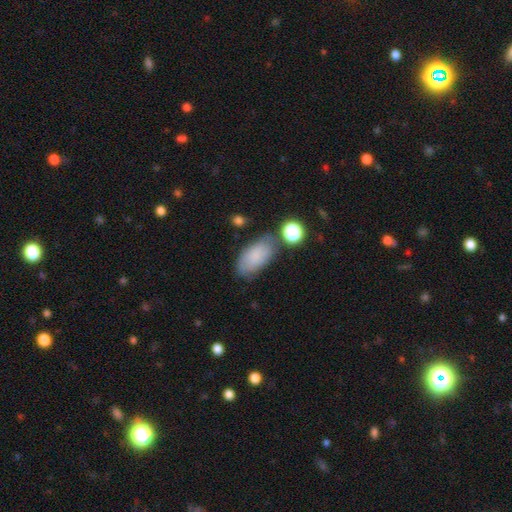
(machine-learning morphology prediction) The model was most divided on "merging": none: 68%, minor disturbance: 19%, merger: 8%, major disturbance: 6%. More confident: how rounded — in between (92%); smooth or featured — smooth (79%).